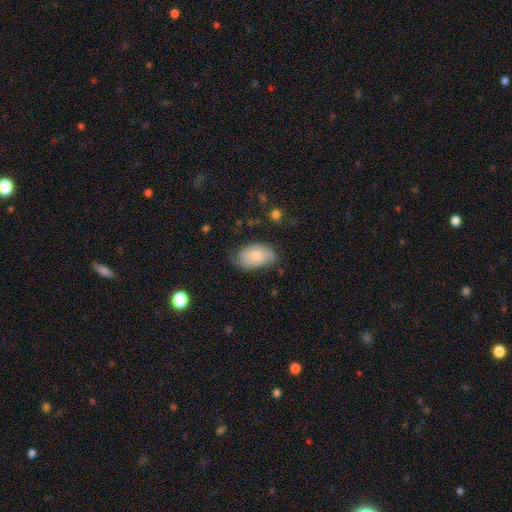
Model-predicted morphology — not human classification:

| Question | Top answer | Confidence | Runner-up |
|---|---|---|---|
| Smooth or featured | smooth | 62% | featured or disk (31%) |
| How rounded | in between | 91% | round (8%) |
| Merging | none | 53% | minor disturbance (34%) |